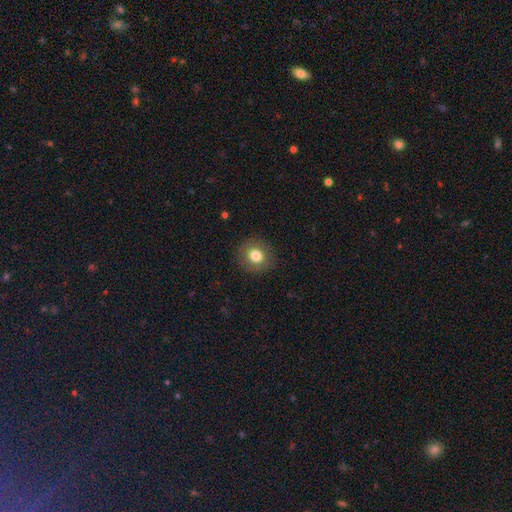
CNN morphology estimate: smooth-or-featured: smooth: 79% | featured or disk: 11% | star or artifact: 10%
  how-rounded: round: 85% | in between: 14% | cigar-shaped: 1%
  merging: none: 89% | minor disturbance: 7% | major disturbance: 3% | merger: 1%